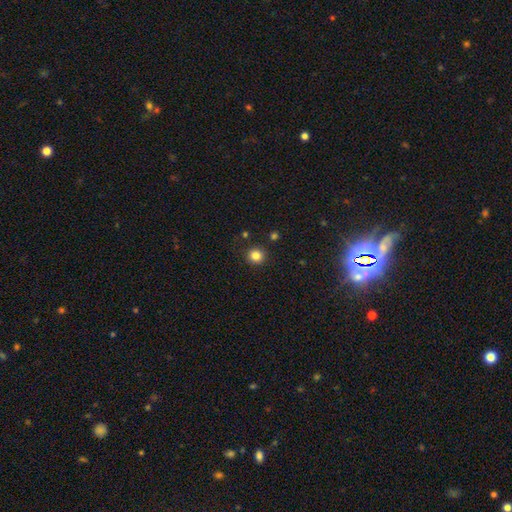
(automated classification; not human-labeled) Smooth or featured? Predicted: smooth (p=0.83). How rounded? Predicted: round (p=0.93). Merging? Predicted: none (p=0.89).